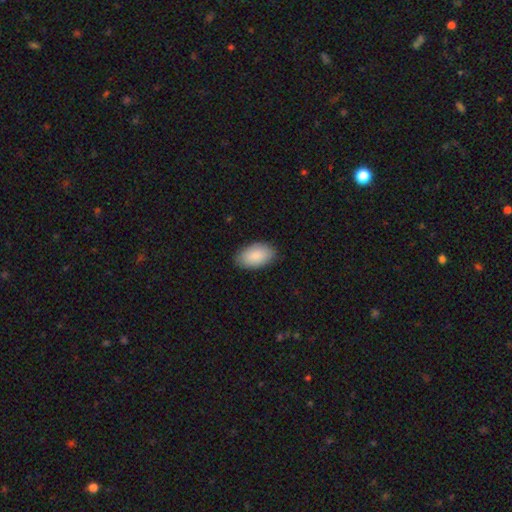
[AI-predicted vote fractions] Smooth or featured? Predicted: smooth (p=0.89). How rounded? Predicted: in between (p=0.95). Merging? Predicted: none (p=0.86).